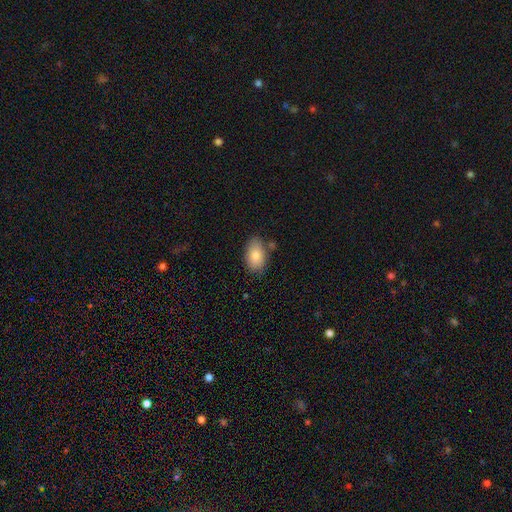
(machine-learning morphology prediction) smooth 86%, featured or disk 8%, star or artifact 7%. Down the decision tree: how rounded — in between (91%); merging — none (73%).